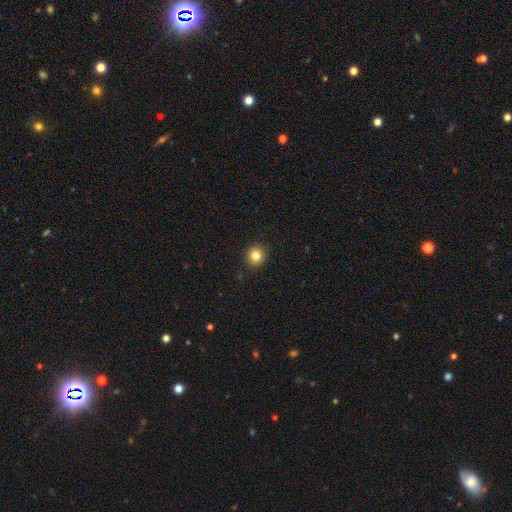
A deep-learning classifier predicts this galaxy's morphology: Smooth or featured?
  - smooth: 82% *
  - star or artifact: 11%
  - featured or disk: 7%
How rounded?
  - round: 90% *
  - in between: 9%
  - cigar-shaped: 1%
Merging?
  - none: 92% *
  - minor disturbance: 5%
  - major disturbance: 2%
  - merger: 1%